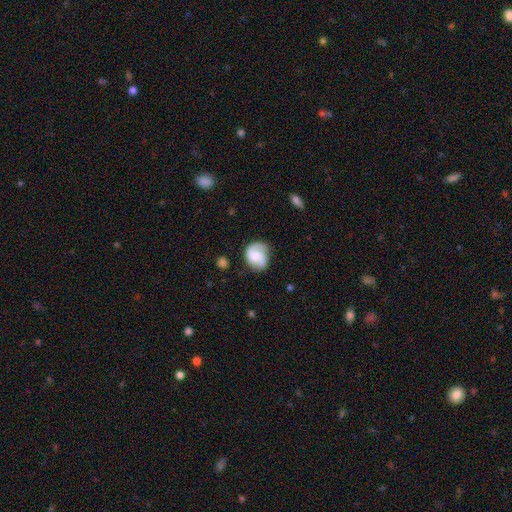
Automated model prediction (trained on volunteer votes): Smooth or featured? Predicted: featured or disk (p=0.62). Edge-on disk? Predicted: no (p=0.98). Bar? Predicted: no (p=0.57). Spiral arms? Predicted: yes (p=0.93). Spiral winding? Predicted: medium (p=0.44). Spiral arm count? Predicted: 2 (p=0.70). Bulge size? Predicted: moderate (p=0.33). Merging? Predicted: none (p=0.67).